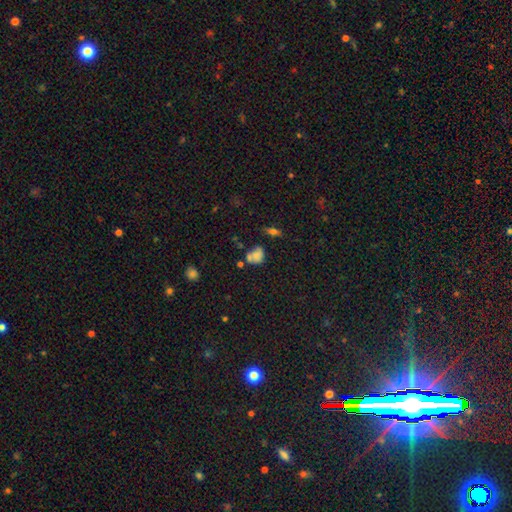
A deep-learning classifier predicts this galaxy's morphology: This appears to be a smooth galaxy with no disk features (67%) that is in between round and cigar-shaped (56%). Merging: none (39%).